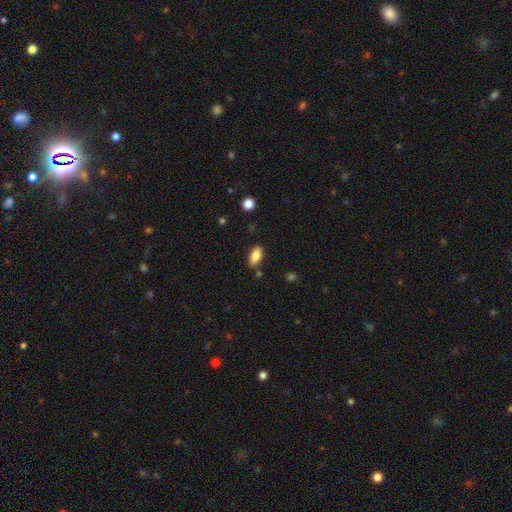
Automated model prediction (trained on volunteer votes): Smooth or featured?
  - smooth: 83% *
  - featured or disk: 10%
  - star or artifact: 7%
How rounded?
  - in between: 88% *
  - cigar-shaped: 9%
  - round: 3%
Merging?
  - none: 83% *
  - minor disturbance: 12%
  - merger: 3%
  - major disturbance: 2%